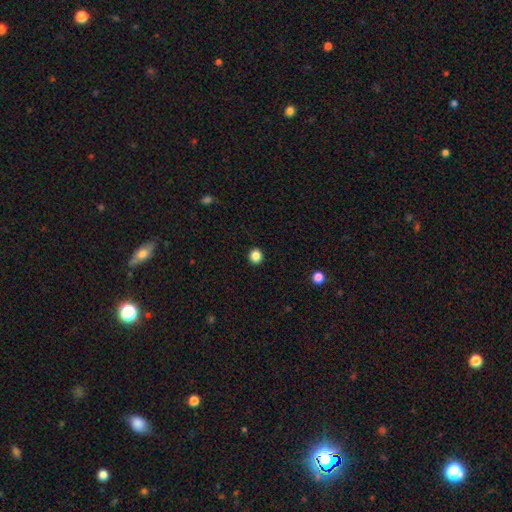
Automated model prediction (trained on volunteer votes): A smooth galaxy with no disk features (86%) that is round (89%).

Vote fractions:
- Smooth or featured? smooth: 86% / star or artifact: 11% / featured or disk: 3%
- How rounded? round: 89% / in between: 10% / cigar-shaped: 1%
- Merging? none: 93% / minor disturbance: 5% / major disturbance: 2% / merger: 1%